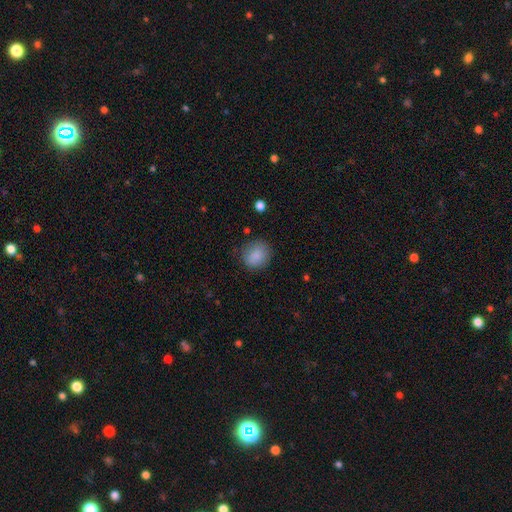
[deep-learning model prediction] Smooth or featured?
  - smooth: 86% *
  - star or artifact: 8%
  - featured or disk: 5%
How rounded?
  - round: 73% *
  - in between: 26%
  - cigar-shaped: 1%
Merging?
  - none: 79% *
  - minor disturbance: 15%
  - major disturbance: 4%
  - merger: 1%